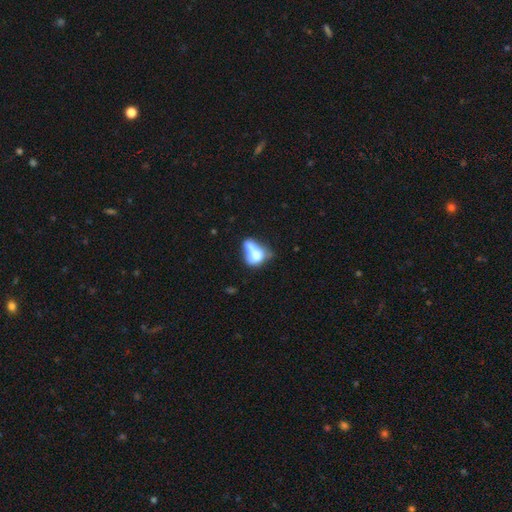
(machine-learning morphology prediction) smooth-or-featured: smooth: 62% | featured or disk: 28% | star or artifact: 10%
  how-rounded: in between: 66% | round: 30% | cigar-shaped: 4%
  merging: merger: 63% | none: 17% | major disturbance: 11% | minor disturbance: 9%